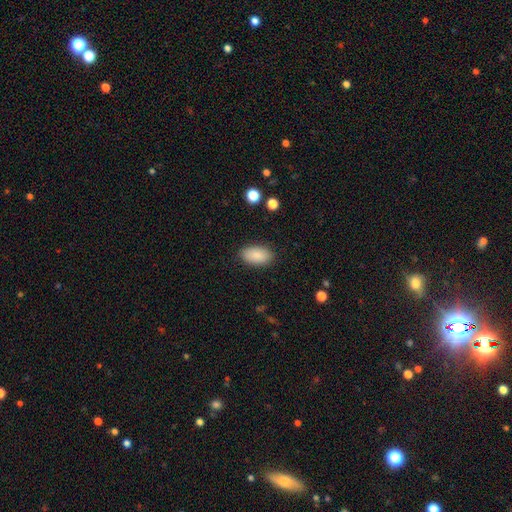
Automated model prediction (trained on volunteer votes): smooth 88%, star or artifact 7%, featured or disk 5%. Down the decision tree: how rounded — in between (94%); merging — none (87%).